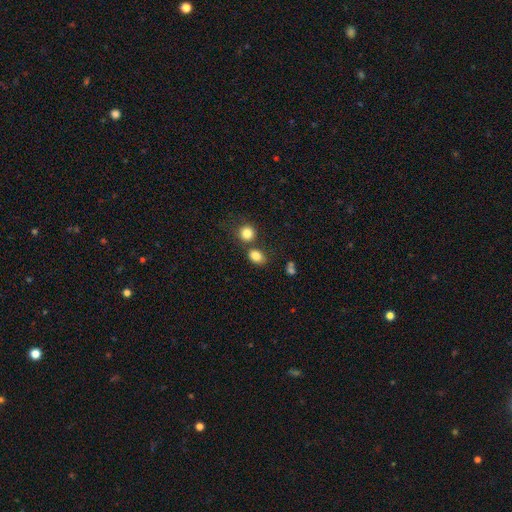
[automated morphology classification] A smooth galaxy with no disk features (83%) that is in between round and cigar-shaped (66%).

Vote fractions:
- Smooth or featured? smooth: 83% / star or artifact: 11% / featured or disk: 6%
- How rounded? in between: 66% / round: 32% / cigar-shaped: 1%
- Merging? none: 60% / merger: 24% / minor disturbance: 12% / major disturbance: 4%